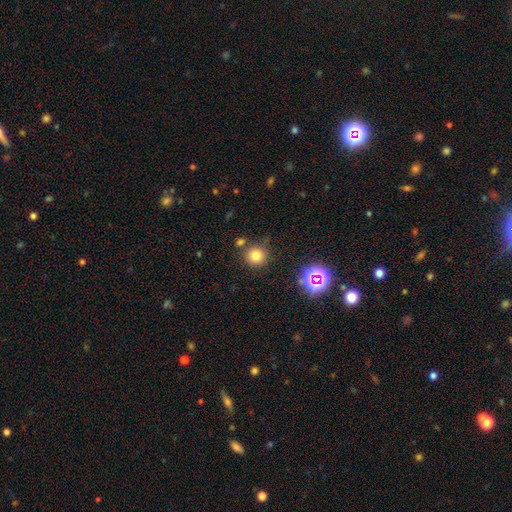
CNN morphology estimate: Smooth or featured: smooth — 75% (star or artifact — 17%)
How rounded: round — 93% (in between — 6%)
Merging: none — 79% (minor disturbance — 10%)